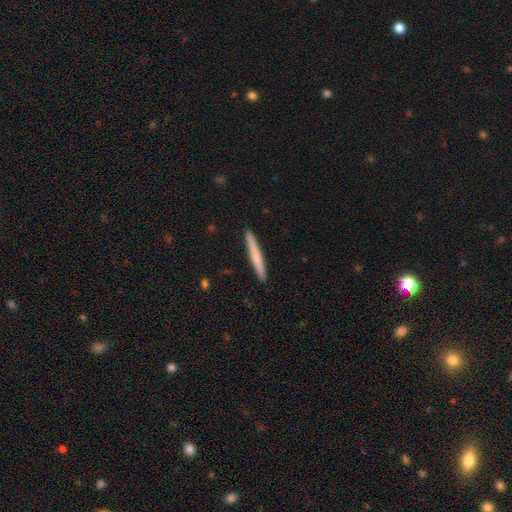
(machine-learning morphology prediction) This is likely a smooth galaxy (65%). How rounded: clearly cigar-shaped (97%). Merging: clearly none (92%).